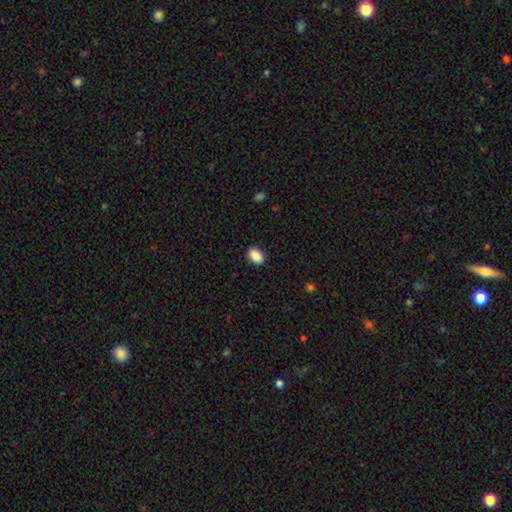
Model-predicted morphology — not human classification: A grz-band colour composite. It shows a smooth galaxy with no disk features (89%) that is in between round and cigar-shaped (80%). Merging: none (89%).